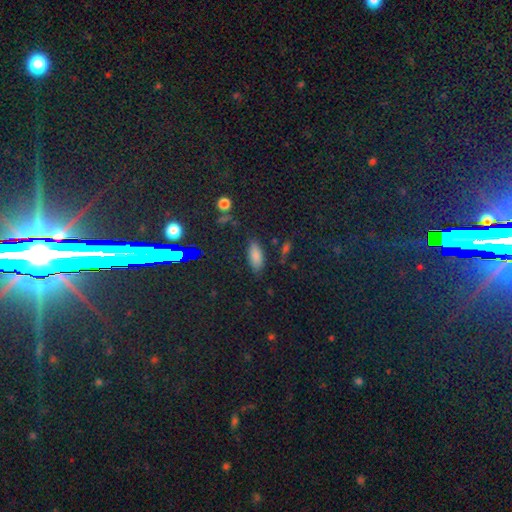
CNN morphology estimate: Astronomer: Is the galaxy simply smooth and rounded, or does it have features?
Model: smooth — 76%.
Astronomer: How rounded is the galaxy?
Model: in between — 84%.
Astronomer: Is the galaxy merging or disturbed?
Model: none — 80%.